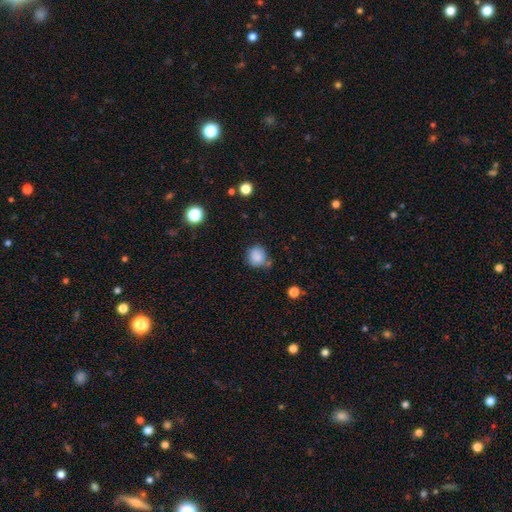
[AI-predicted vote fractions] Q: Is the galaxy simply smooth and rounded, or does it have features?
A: smooth — 84%.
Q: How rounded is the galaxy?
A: round — 89%.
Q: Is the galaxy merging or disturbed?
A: none — 69%.